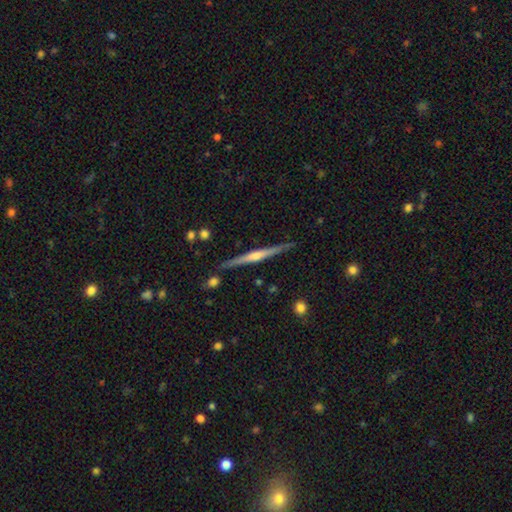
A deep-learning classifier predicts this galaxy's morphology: smooth-or-featured: featured or disk: 77% | smooth: 17% | star or artifact: 6%
  disk-edge-on: yes: 98% | no: 2%
    edge-on-bulge: rounded: 75% | none: 15% | boxy: 10%
  merging: none: 88% | minor disturbance: 8% | merger: 2% | major disturbance: 2%